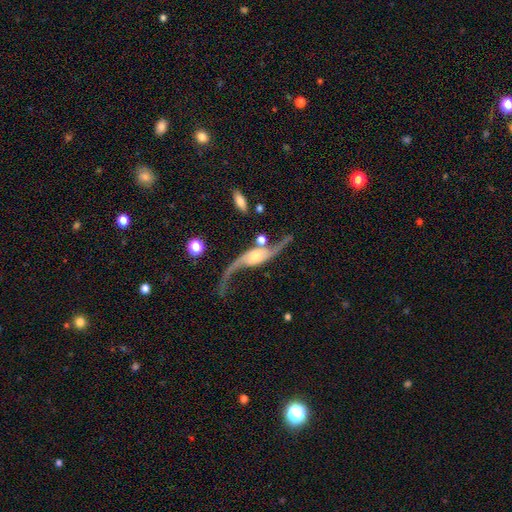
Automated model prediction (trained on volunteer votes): Q: Smooth or featured?
A: featured or disk (90%); runner-up: smooth (5%)
Q: Edge-on disk?
A: no (89%); runner-up: yes (11%)
Q: Bar?
A: no (55%); runner-up: weak (32%)
Q: Spiral arms?
A: yes (96%); runner-up: no (4%)
Q: Spiral winding?
A: loose (92%); runner-up: medium (6%)
Q: Spiral arm count?
A: 2 (93%); runner-up: 1 (3%)
Q: Bulge size?
A: small (46%); runner-up: moderate (35%)
Q: Merging?
A: none (55%); runner-up: minor disturbance (17%)